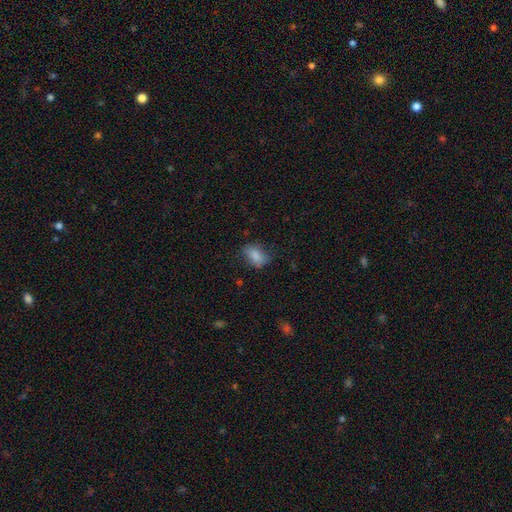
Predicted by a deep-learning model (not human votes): Smooth or featured: smooth — 82% (featured or disk — 9%)
How rounded: in between — 82% (round — 16%)
Merging: none — 65% (minor disturbance — 25%)